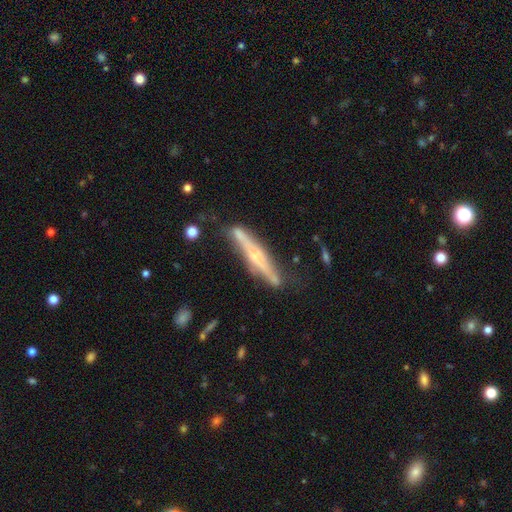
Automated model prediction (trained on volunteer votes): Smooth or featured? Predicted: featured or disk (p=0.73). Edge-on disk? Predicted: yes (p=0.91). Edge-on bulge? Predicted: rounded (p=0.66). Merging? Predicted: none (p=0.69).